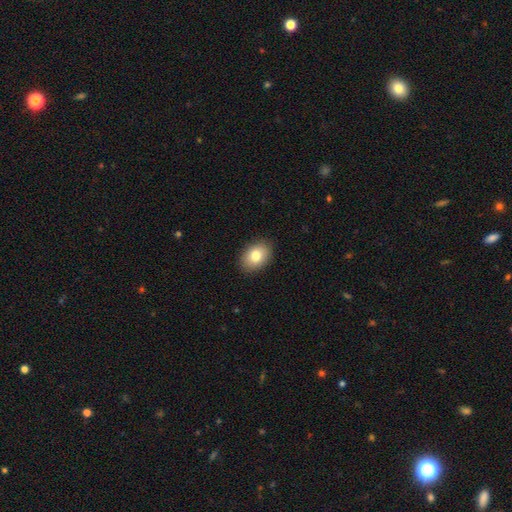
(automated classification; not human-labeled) Q: Smooth or featured?
A: smooth (81%); runner-up: featured or disk (11%)
Q: How rounded?
A: in between (78%); runner-up: round (21%)
Q: Merging?
A: none (89%); runner-up: minor disturbance (9%)